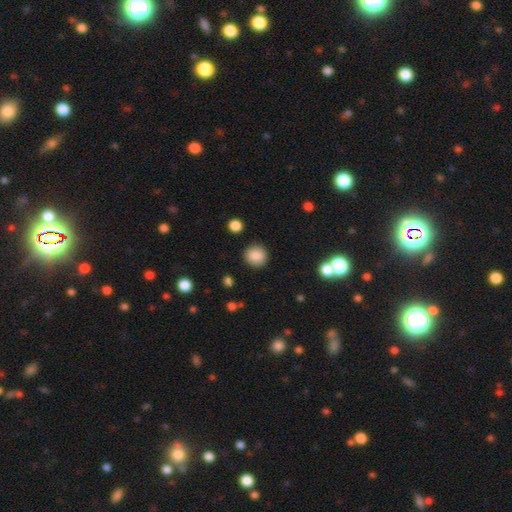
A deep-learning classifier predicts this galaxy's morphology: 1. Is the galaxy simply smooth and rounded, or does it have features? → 86% smooth, 9% star or artifact, 5% featured or disk.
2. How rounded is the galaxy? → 88% round, 11% in between, 1% cigar-shaped.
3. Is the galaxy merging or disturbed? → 89% none, 7% minor disturbance, 2% major disturbance, 1% merger.